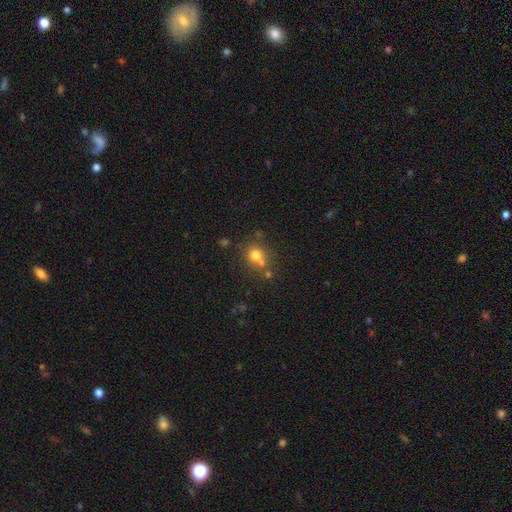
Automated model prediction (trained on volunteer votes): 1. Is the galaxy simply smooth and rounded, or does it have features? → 72% smooth, 15% star or artifact, 13% featured or disk.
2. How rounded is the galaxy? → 79% round, 20% in between, 1% cigar-shaped.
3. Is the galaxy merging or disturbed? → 54% none, 30% merger, 11% minor disturbance, 5% major disturbance.